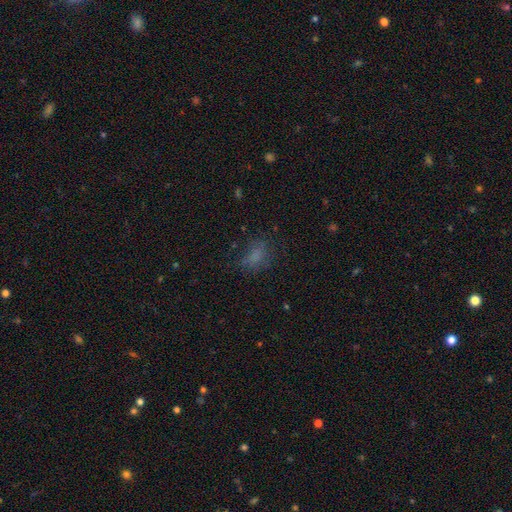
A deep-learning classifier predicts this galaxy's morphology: This appears to be a smooth galaxy with no disk features (70%) that is in between round and cigar-shaped (77%). Merging: none (59%).